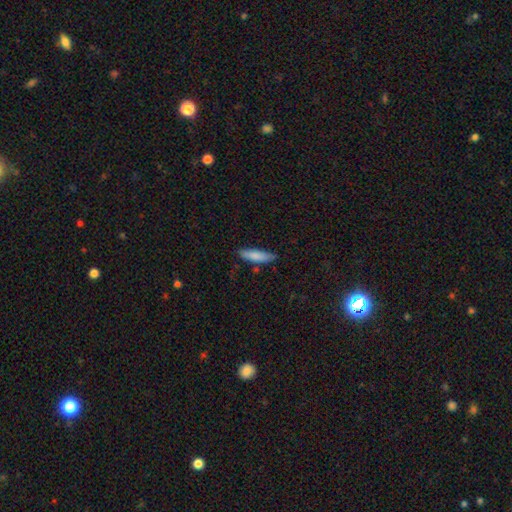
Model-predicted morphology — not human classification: Smooth or featured? smooth (82%)
How rounded? cigar-shaped (67%)
Merging? none (78%)